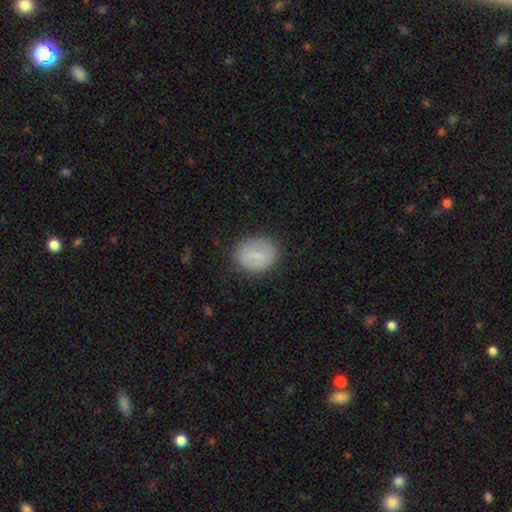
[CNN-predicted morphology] Smooth or featured: smooth — 70% (featured or disk — 23%)
How rounded: in between — 51% (round — 48%)
Merging: none — 84% (minor disturbance — 12%)